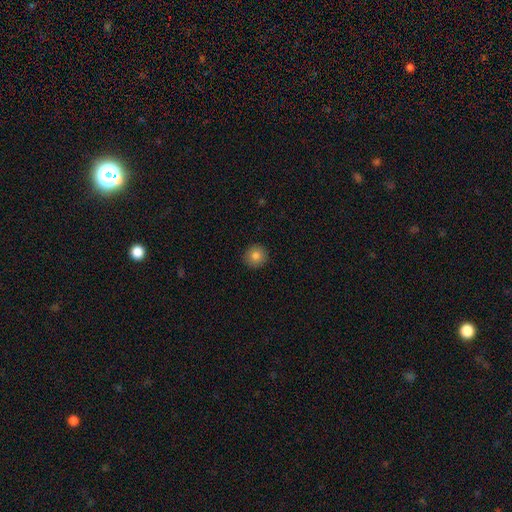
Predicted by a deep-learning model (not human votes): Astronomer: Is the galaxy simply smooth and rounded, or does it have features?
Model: smooth — 83%.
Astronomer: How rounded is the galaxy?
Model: round — 92%.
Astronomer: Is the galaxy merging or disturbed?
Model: none — 92%.